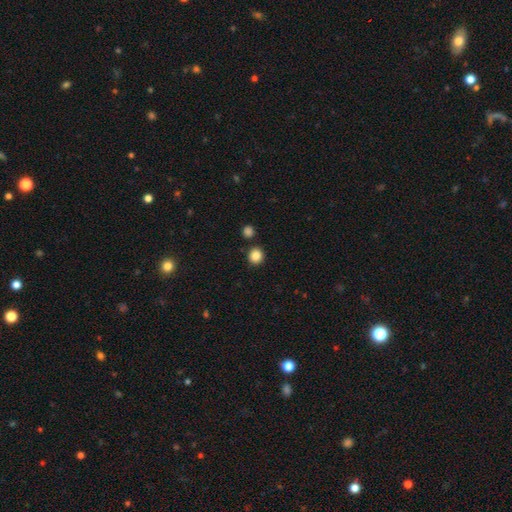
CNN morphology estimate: type=smooth (86%); roundness=round (85%); merging=none (86%).